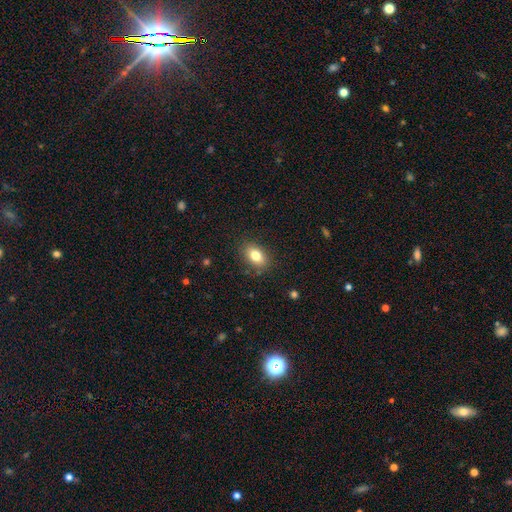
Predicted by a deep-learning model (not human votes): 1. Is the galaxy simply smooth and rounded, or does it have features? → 81% smooth, 10% featured or disk, 9% star or artifact.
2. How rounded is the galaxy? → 85% in between, 13% round, 2% cigar-shaped.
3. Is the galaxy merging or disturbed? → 85% none, 11% minor disturbance, 3% major disturbance, 1% merger.